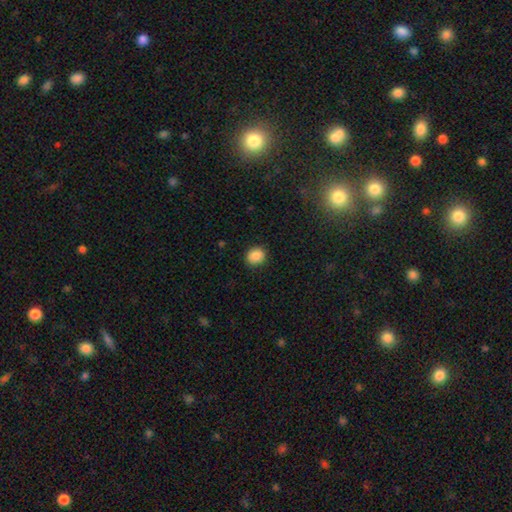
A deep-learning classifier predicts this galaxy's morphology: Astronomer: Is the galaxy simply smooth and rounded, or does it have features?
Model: smooth — 88%.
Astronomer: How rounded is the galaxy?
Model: round — 72%.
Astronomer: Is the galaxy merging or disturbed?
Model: none — 90%.